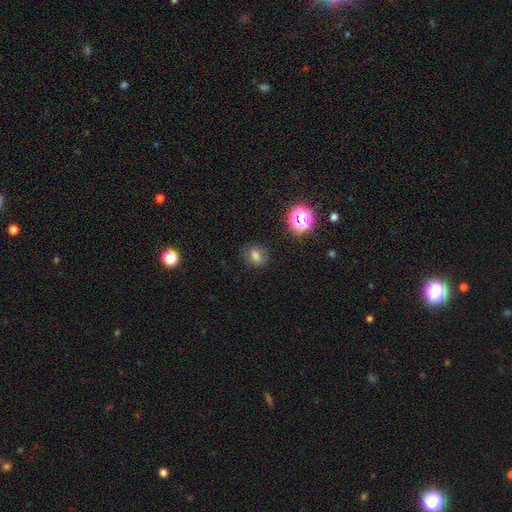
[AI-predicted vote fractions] Smooth or featured? smooth (69%)
How rounded? in between (59%)
Merging? none (79%)